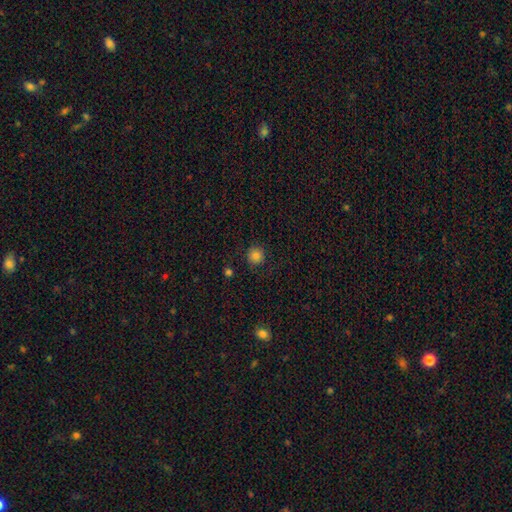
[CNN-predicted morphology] This appears to be a smooth galaxy with no disk features (83%) that is round (93%). Merging: none (88%).